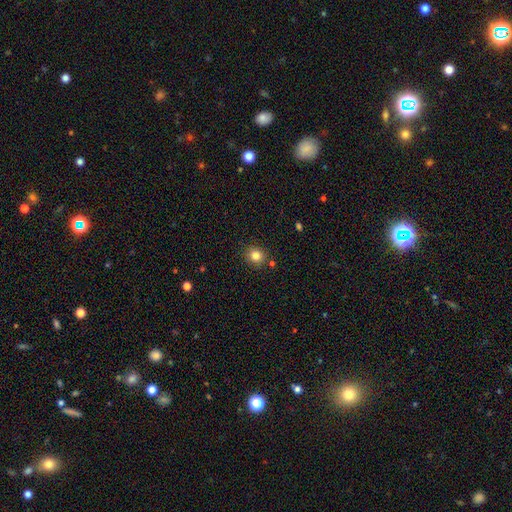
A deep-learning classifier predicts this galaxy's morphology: smooth 82%, star or artifact 12%, featured or disk 6%. Down the decision tree: how rounded — round (81%); merging — none (85%).